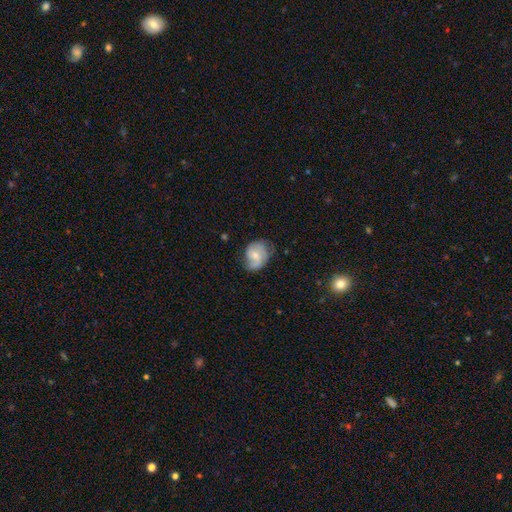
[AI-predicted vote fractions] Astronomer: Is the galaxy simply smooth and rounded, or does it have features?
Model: featured or disk — 49% (runner-up: smooth, 44%).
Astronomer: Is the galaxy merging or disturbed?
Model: none — 54% (runner-up: minor disturbance, 32%).